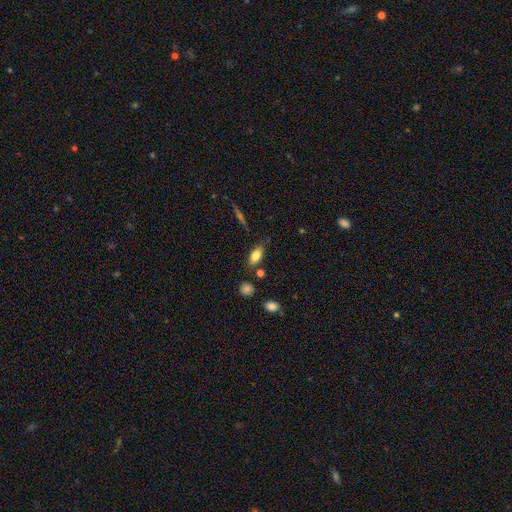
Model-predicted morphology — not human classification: Q: Smooth or featured?
A: smooth (79%); runner-up: featured or disk (13%)
Q: How rounded?
A: in between (84%); runner-up: cigar-shaped (12%)
Q: Merging?
A: none (75%); runner-up: minor disturbance (16%)